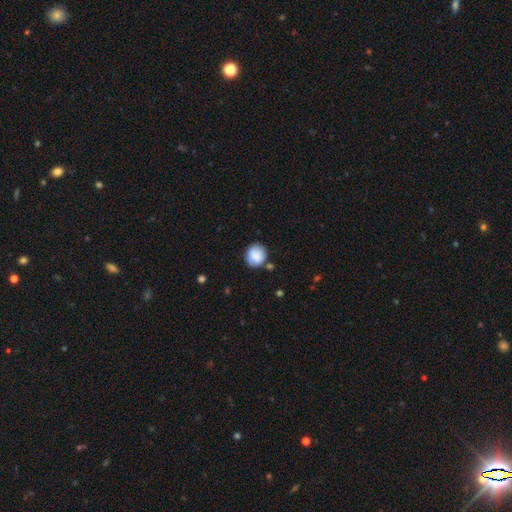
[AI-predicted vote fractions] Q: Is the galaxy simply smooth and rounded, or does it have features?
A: smooth — 86%.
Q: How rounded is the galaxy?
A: round — 80%.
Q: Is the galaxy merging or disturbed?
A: none — 74%.